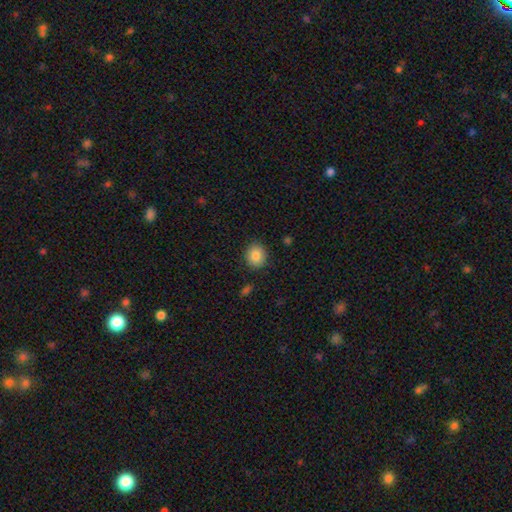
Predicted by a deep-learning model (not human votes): This is clearly a smooth galaxy (84%). How rounded: clearly round (81%). Merging: clearly none (88%).